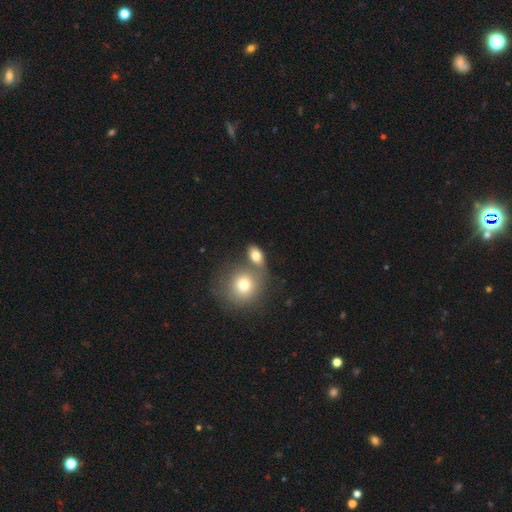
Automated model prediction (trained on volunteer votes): Smooth or featured? Predicted: smooth (p=0.77). How rounded? Predicted: in between (p=0.75). Merging? Predicted: none (p=0.49).